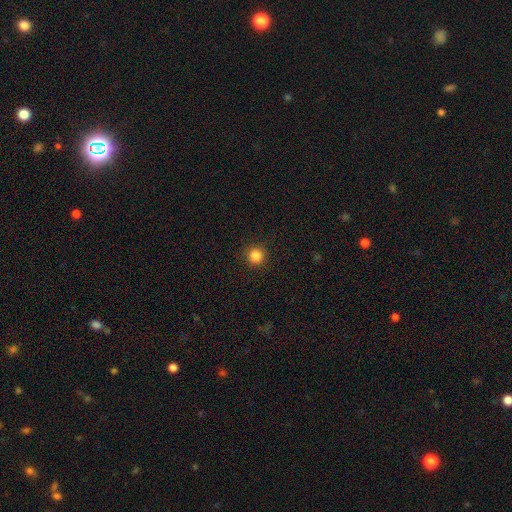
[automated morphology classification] smooth 85%, star or artifact 12%, featured or disk 3%. Down the decision tree: how rounded — round (95%); merging — none (92%).